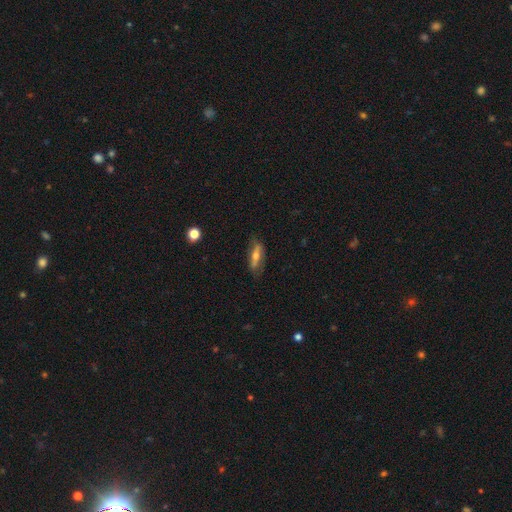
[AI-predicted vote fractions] Overall: featured or disk (49%; smooth 43%). Merging: none (72%).